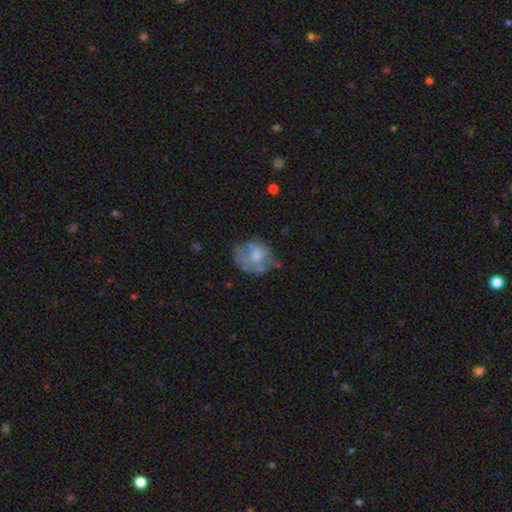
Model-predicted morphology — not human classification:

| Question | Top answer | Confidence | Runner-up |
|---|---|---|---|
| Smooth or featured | smooth | 55% | featured or disk (37%) |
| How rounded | round | 55% | in between (44%) |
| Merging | none | 46% | minor disturbance (29%) |